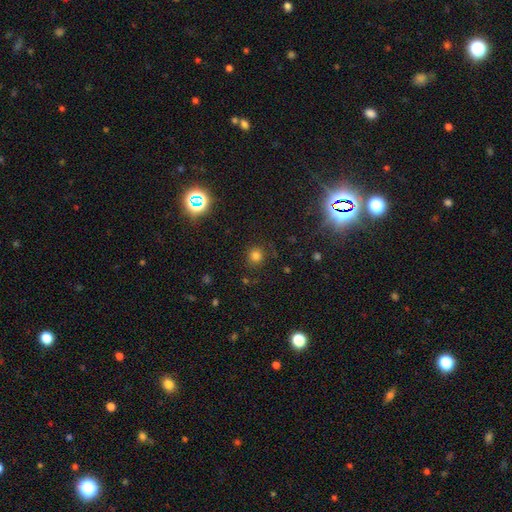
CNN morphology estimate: smooth_or_featured: smooth (p=0.75) [alt: star or artifact p=0.19]
how_rounded: round (p=0.93) [alt: in between p=0.06]
merging: none (p=0.86) [alt: minor disturbance p=0.08]